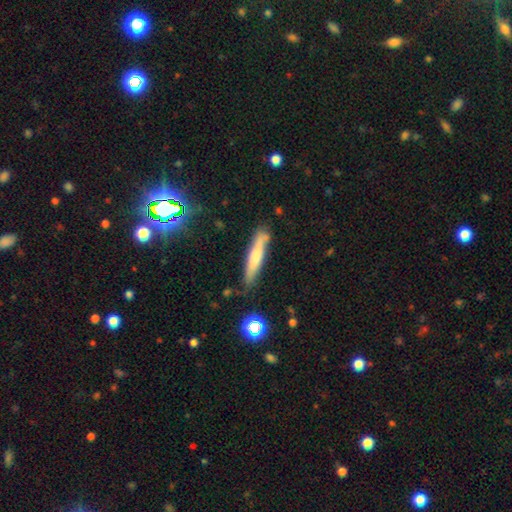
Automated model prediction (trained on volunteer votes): smooth_or_featured: smooth (p=0.61) [alt: featured or disk p=0.31]
how_rounded: cigar-shaped (p=0.89) [alt: in between p=0.09]
merging: none (p=0.73) [alt: minor disturbance p=0.19]